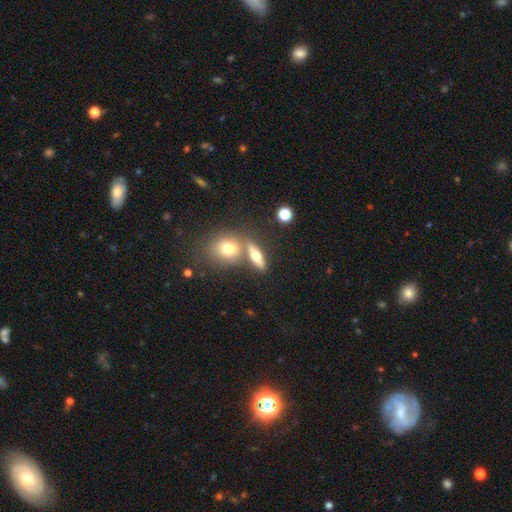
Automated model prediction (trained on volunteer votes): Smooth or featured? smooth (57%)
How rounded? in between (41%)
Merging? none (63%)